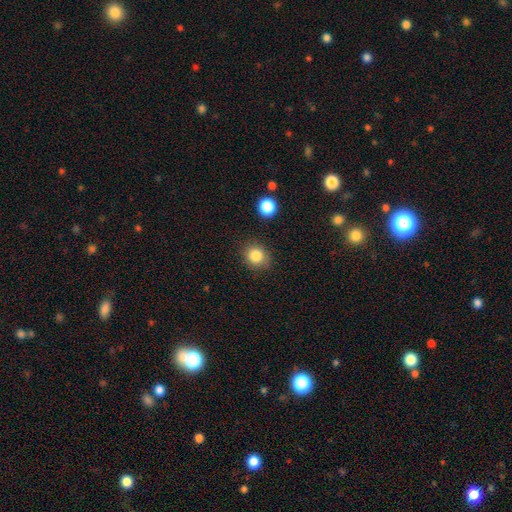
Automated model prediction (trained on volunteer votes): Q: Smooth or featured?
A: smooth (84%); runner-up: star or artifact (10%)
Q: How rounded?
A: round (73%); runner-up: in between (26%)
Q: Merging?
A: none (83%); runner-up: minor disturbance (12%)